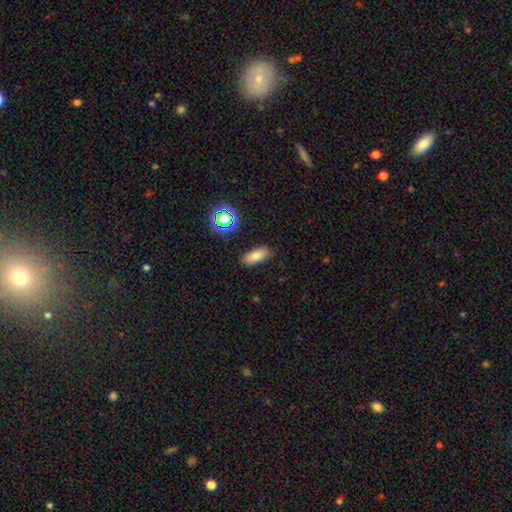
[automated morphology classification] A smooth galaxy with no disk features (78%) that is in between round and cigar-shaped (81%). Merging: none (86%).